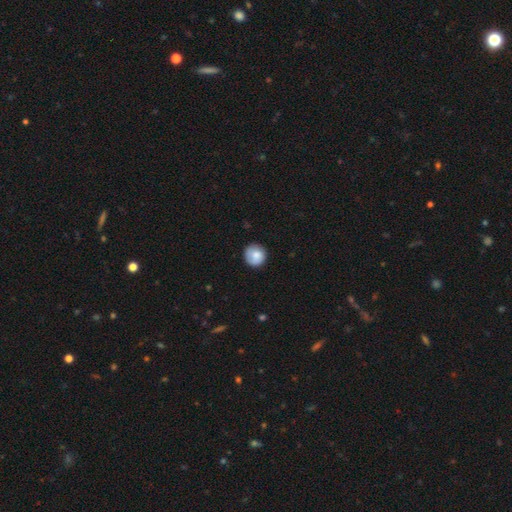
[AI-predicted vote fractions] smooth_or_featured: smooth (p=0.82) [alt: featured or disk p=0.11]
how_rounded: round (p=0.91) [alt: in between p=0.08]
merging: none (p=0.81) [alt: minor disturbance p=0.14]